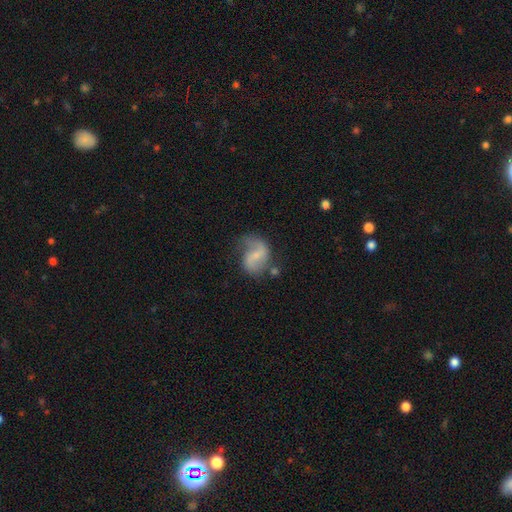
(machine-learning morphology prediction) smooth_or_featured: featured or disk (p=0.72) [alt: smooth p=0.21]
disk_edge_on: no (p=0.98) [alt: yes p=0.02]
bar: weak (p=0.49) [alt: no p=0.29]
has_spiral_arms: yes (p=0.91) [alt: no p=0.09]
spiral_winding: loose (p=0.55) [alt: medium p=0.36]
spiral_arm_count: 2 (p=0.80) [alt: 1 p=0.12]
bulge_size: small (p=0.52) [alt: none p=0.24]
merging: none (p=0.53) [alt: minor disturbance p=0.25]